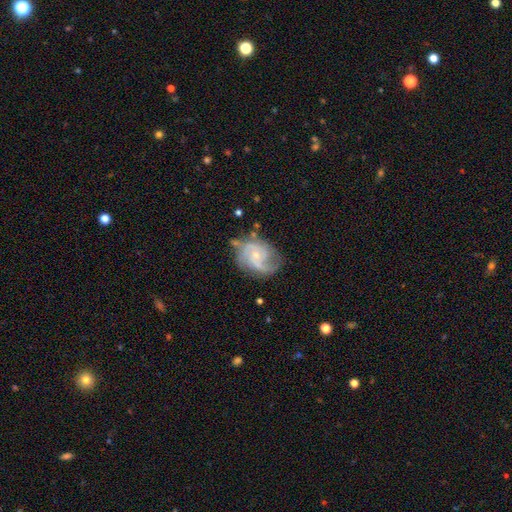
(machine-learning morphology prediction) This is clearly a featured or disk galaxy (84%). It is clearly not viewed edge-on (98%). Bar: likely no (68%). Spiral arm pattern: clearly yes (96%). Spiral arm count: possibly 2 (53%). Spiral winding: possibly medium (49%). Central bulge: likely small (69%). Merging: likely none (60%).